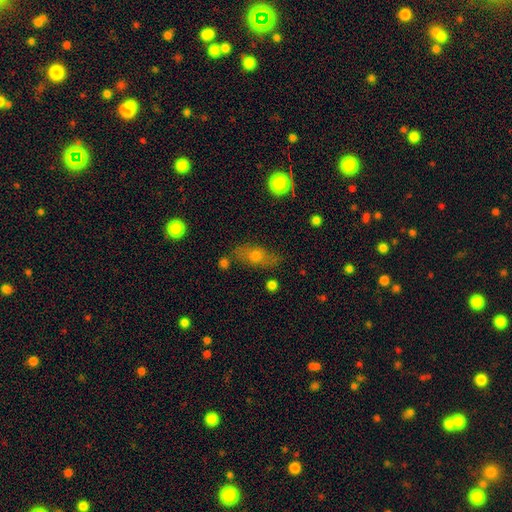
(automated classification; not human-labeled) Overall: smooth (60%; featured or disk 30%). How rounded: in between (72%). Merging: none (73%).